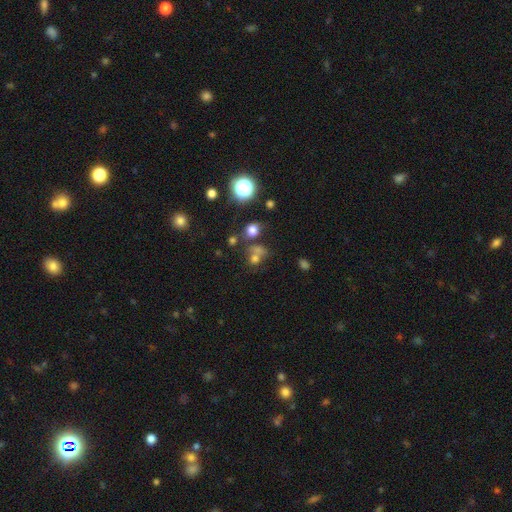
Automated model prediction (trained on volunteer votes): This appears to be a smooth galaxy with no disk features (60%) that is round (69%). Merging: none (46%).